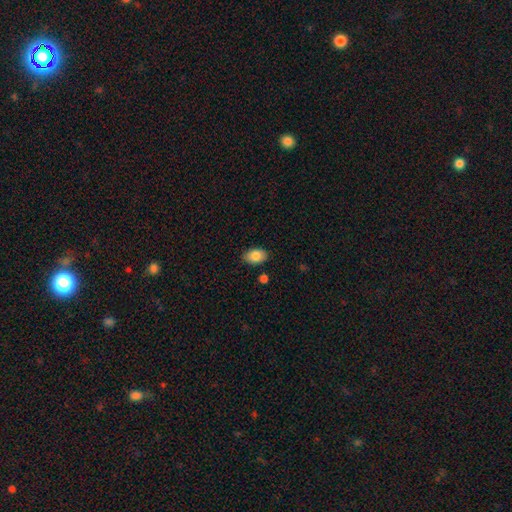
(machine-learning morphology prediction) Overall: smooth (85%). How rounded: in between (89%). Merging: none (85%).